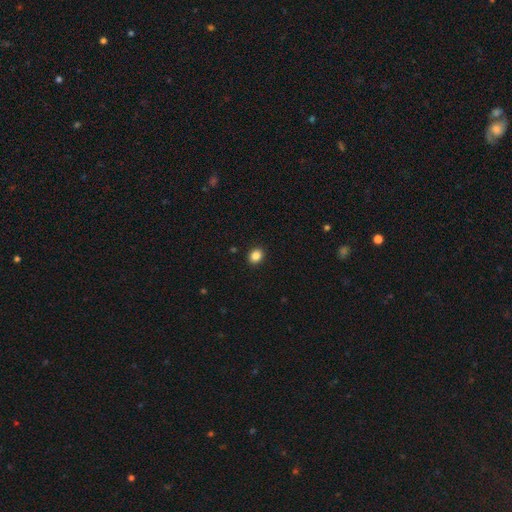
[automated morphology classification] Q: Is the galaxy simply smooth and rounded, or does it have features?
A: smooth — 86%.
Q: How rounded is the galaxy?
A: round — 56%.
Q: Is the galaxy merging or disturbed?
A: none — 92%.